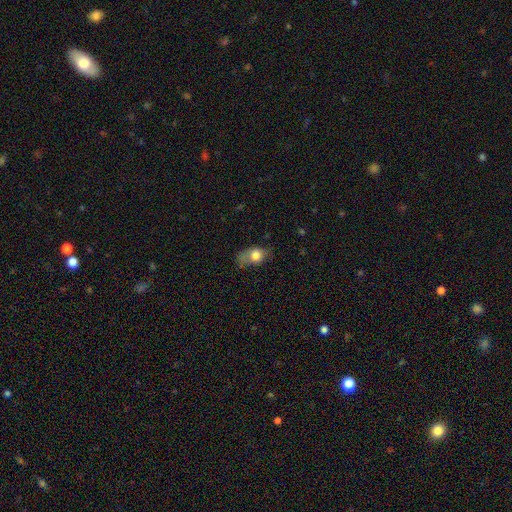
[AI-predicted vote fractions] This is likely a smooth galaxy (74%). How rounded: likely in between (75%). Merging: marginally none (41%).